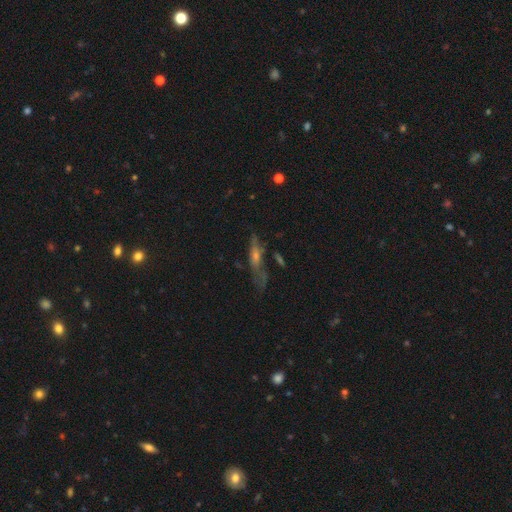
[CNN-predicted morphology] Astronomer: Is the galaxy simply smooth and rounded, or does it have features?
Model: featured or disk — 50% (runner-up: smooth, 32%).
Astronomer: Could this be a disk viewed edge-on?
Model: yes — 55% (runner-up: no, 45%).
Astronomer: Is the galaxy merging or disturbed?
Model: none — 53%.